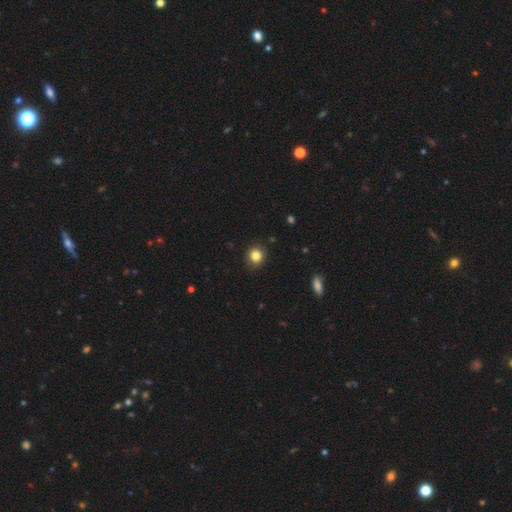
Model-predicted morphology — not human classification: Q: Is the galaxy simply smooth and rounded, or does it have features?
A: smooth — 84%.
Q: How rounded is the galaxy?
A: round — 87%.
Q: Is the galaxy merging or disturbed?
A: none — 89%.